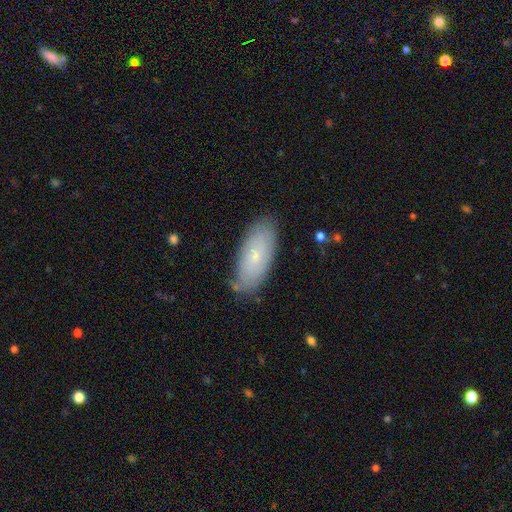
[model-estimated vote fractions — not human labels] Smooth or featured? smooth (62%)
How rounded? in between (85%)
Merging? none (77%)